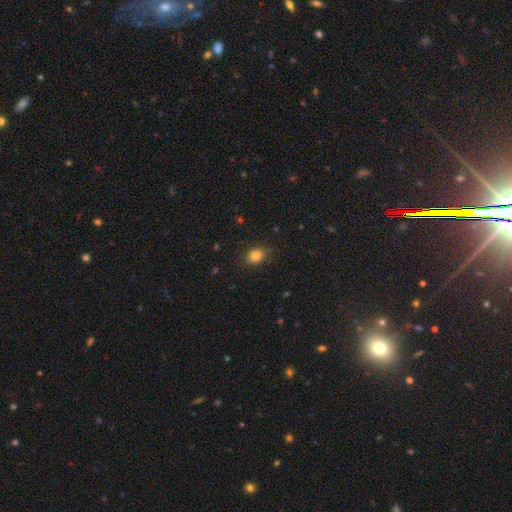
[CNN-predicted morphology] Smooth or featured: smooth — 83% (star or artifact — 11%)
How rounded: in between — 50% (round — 49%)
Merging: none — 84% (minor disturbance — 12%)